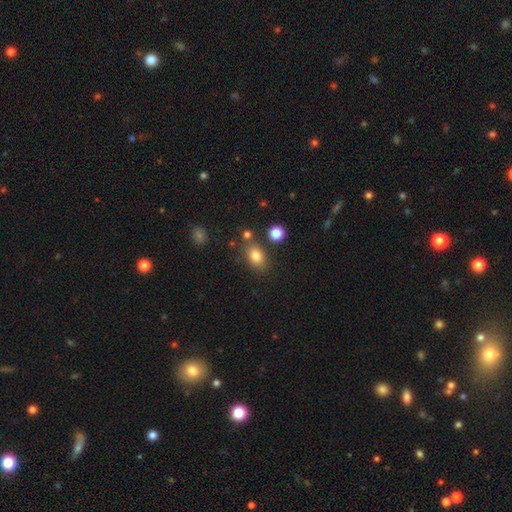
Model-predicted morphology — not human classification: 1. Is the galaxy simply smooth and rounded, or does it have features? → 80% smooth, 11% star or artifact, 9% featured or disk.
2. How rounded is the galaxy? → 77% in between, 21% round, 2% cigar-shaped.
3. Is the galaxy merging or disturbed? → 74% none, 13% minor disturbance, 9% merger, 4% major disturbance.